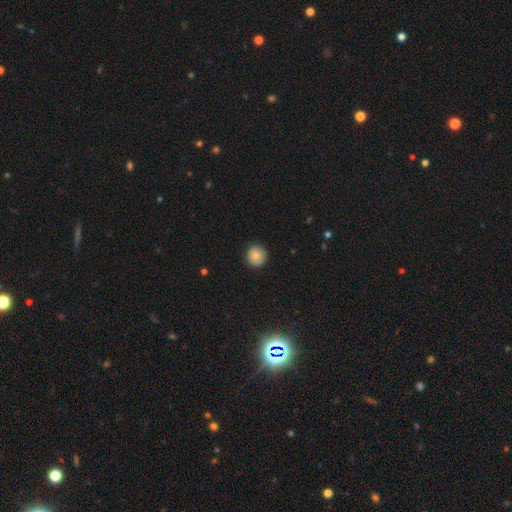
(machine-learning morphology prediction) Smooth or featured?
  - smooth: 84% *
  - star or artifact: 9%
  - featured or disk: 7%
How rounded?
  - round: 95% *
  - in between: 4%
  - cigar-shaped: 1%
Merging?
  - none: 90% *
  - minor disturbance: 7%
  - major disturbance: 2%
  - merger: 1%